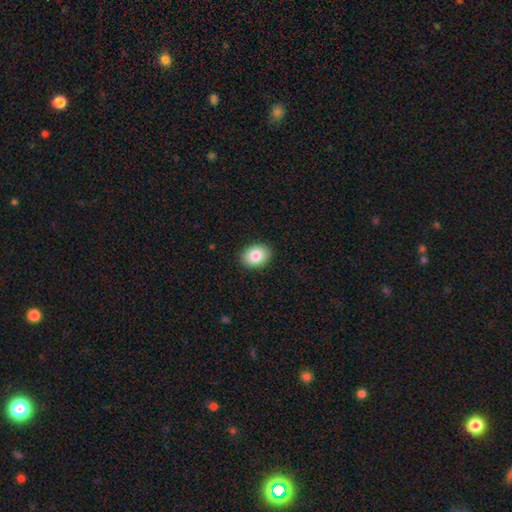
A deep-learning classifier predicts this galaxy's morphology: This is clearly a smooth galaxy (84%). How rounded: likely in between (64%). Merging: clearly none (90%).